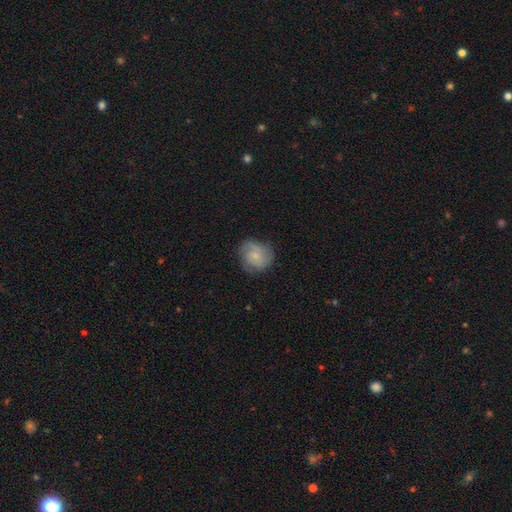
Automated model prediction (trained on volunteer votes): A smooth galaxy with no disk features (51%) that is round (78%).

Vote fractions:
- Smooth or featured? smooth: 51% / featured or disk: 41% / star or artifact: 8%
- How rounded? round: 78% / in between: 21% / cigar-shaped: 1%
- Merging? none: 68% / minor disturbance: 23% / major disturbance: 8% / merger: 1%